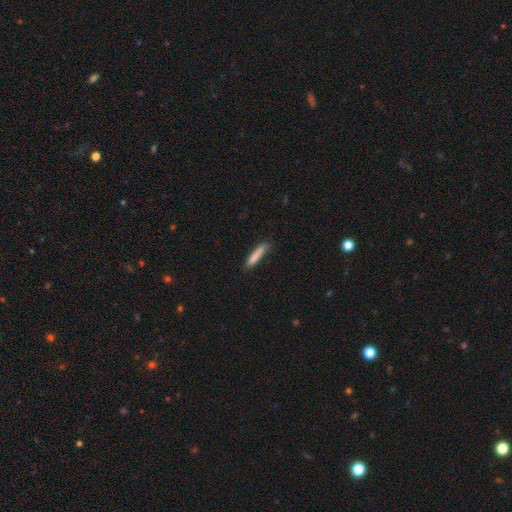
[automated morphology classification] Smooth or featured?
  - smooth: 82% *
  - featured or disk: 11%
  - star or artifact: 7%
How rounded?
  - cigar-shaped: 90% *
  - in between: 9%
  - round: 1%
Merging?
  - none: 72% *
  - minor disturbance: 21%
  - major disturbance: 5%
  - merger: 2%